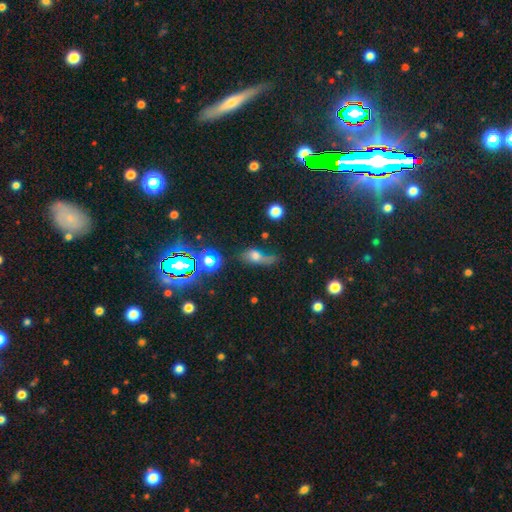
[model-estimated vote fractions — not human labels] This is possibly a smooth galaxy (52%). How rounded: possibly in between (55%). Merging: marginally major disturbance (33%).